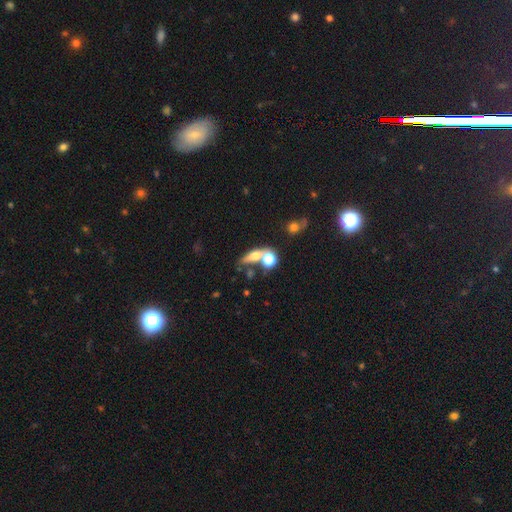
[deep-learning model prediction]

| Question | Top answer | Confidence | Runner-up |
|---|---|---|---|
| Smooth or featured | smooth | 60% | featured or disk (27%) |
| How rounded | in between | 45% | cigar-shaped (29%) |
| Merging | none | 42% | merger (37%) |